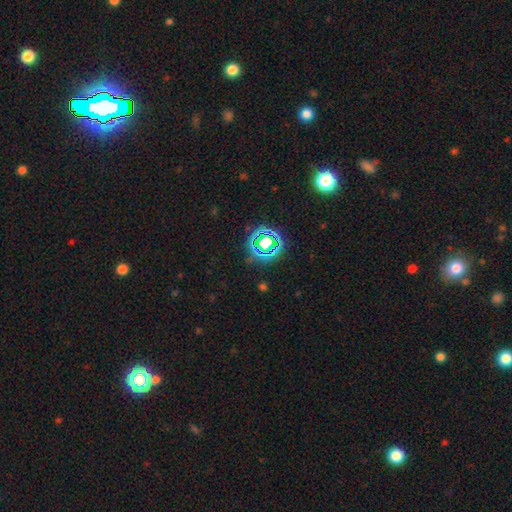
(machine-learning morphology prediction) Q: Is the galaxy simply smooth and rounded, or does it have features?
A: star or artifact — 75%.